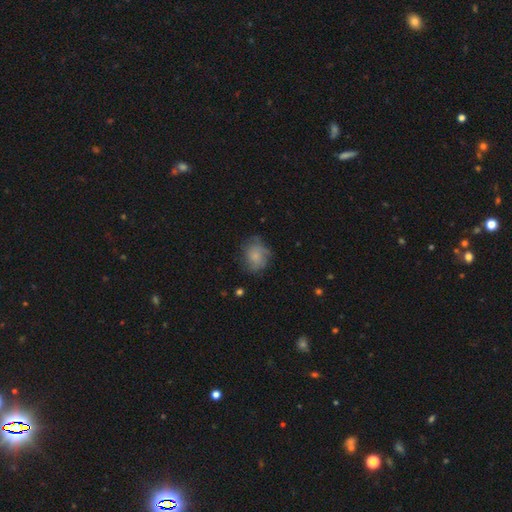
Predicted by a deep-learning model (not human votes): Smooth or featured: smooth — 69% (featured or disk — 21%)
How rounded: round — 62% (in between — 37%)
Merging: none — 60% (minor disturbance — 27%)